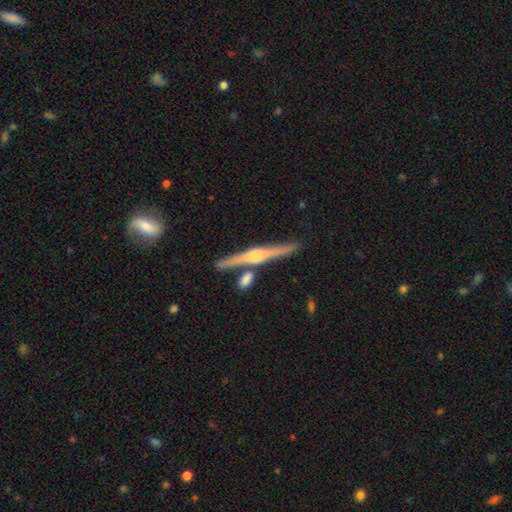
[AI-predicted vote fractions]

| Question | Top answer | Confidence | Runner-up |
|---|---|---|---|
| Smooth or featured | featured or disk | 80% | smooth (15%) |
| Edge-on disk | yes | 98% | no (2%) |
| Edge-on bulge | rounded | 88% | boxy (8%) |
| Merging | none | 79% | merger (10%) |